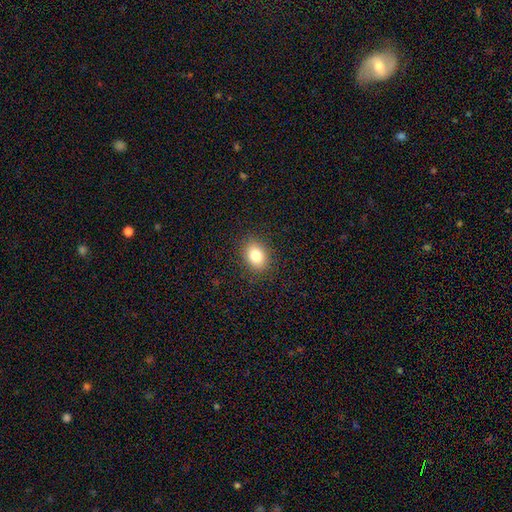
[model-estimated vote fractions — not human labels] Smooth or featured? Predicted: smooth (p=0.83). How rounded? Predicted: in between (p=0.66). Merging? Predicted: none (p=0.88).